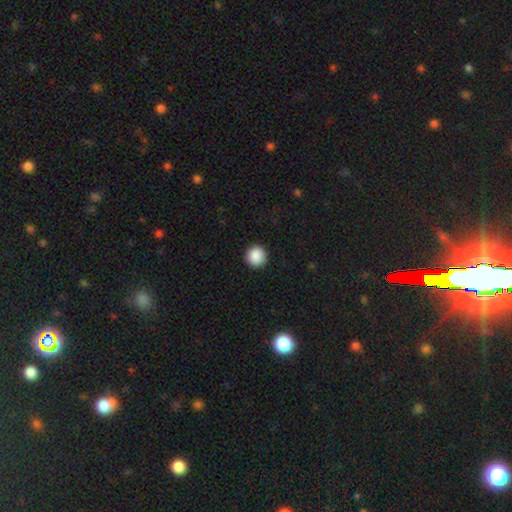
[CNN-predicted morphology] smooth 89%, star or artifact 8%, featured or disk 3%. Down the decision tree: how rounded — round (95%); merging — none (93%).